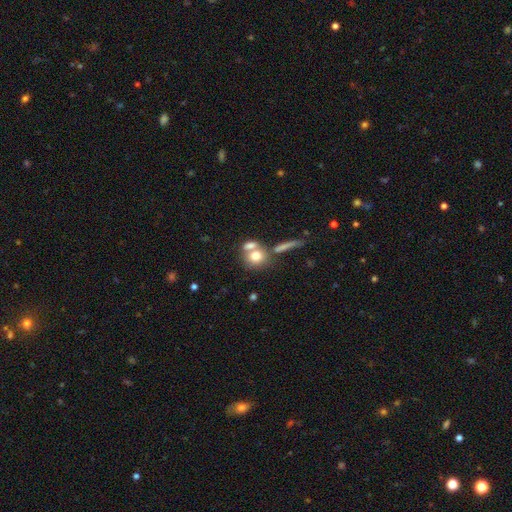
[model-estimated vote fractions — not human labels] This is likely a smooth galaxy (73%). How rounded: likely round (68%). Merging: marginally merger (43%).